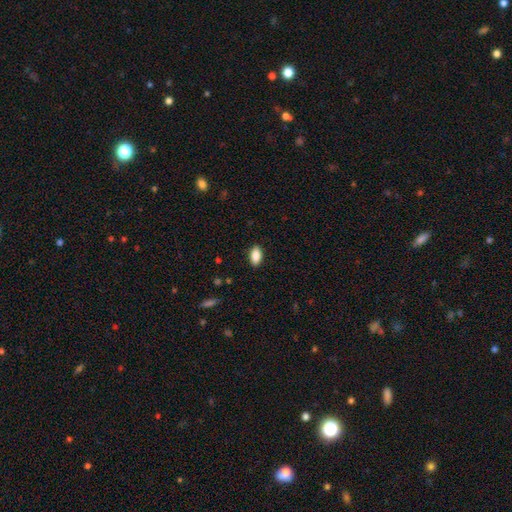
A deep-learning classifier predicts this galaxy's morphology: type=smooth (88%); roundness=in between (91%); merging=none (89%).